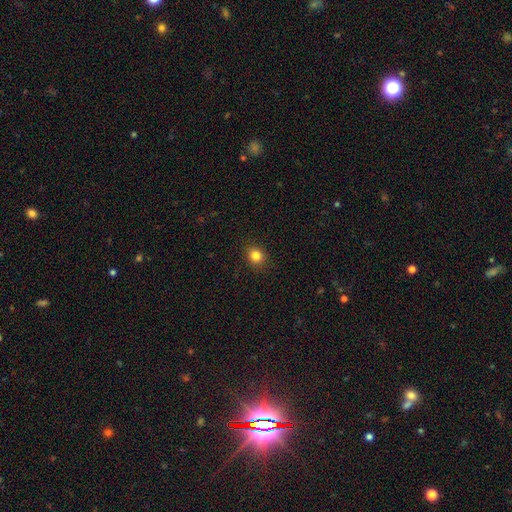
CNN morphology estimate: type=smooth (82%); roundness=round (75%); merging=none (90%).